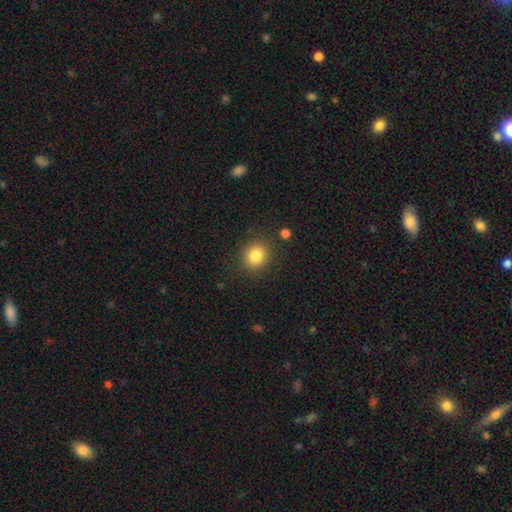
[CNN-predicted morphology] This is clearly a smooth galaxy (83%). How rounded: likely round (79%). Merging: clearly none (85%).